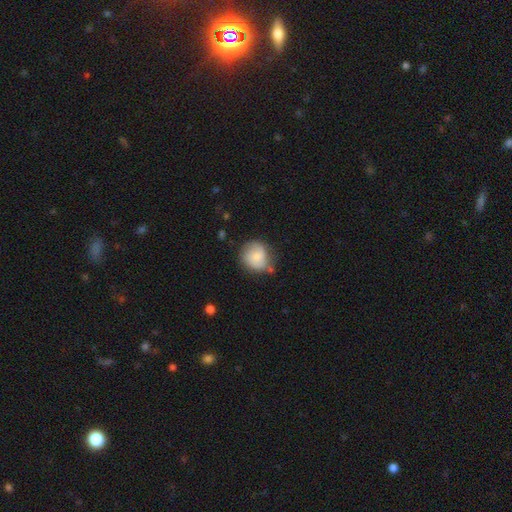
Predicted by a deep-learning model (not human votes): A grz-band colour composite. It shows a smooth galaxy with no disk features (68%) that is round (80%). Merging: none (63%).